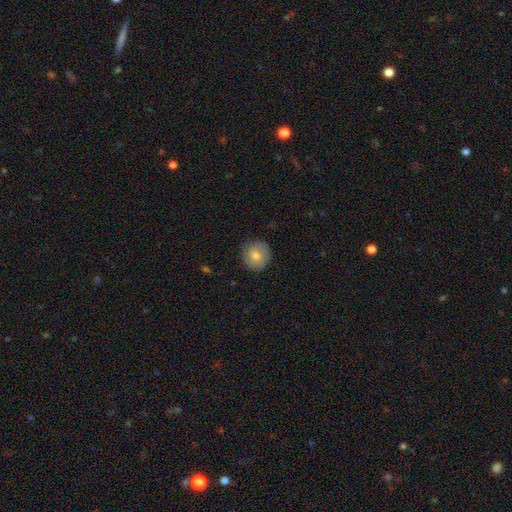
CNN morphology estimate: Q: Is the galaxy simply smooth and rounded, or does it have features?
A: smooth — 58%.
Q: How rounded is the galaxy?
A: round — 90%.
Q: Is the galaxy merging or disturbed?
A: none — 85%.